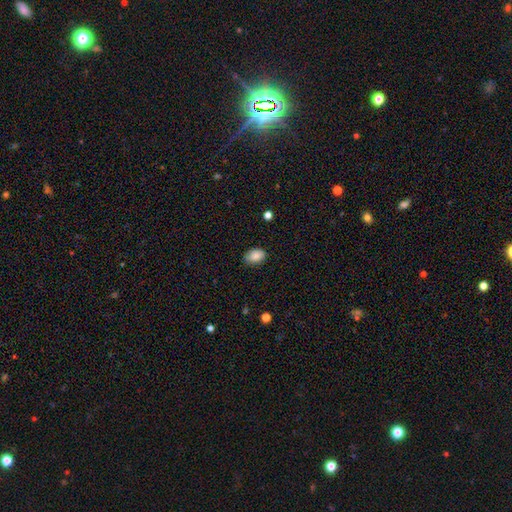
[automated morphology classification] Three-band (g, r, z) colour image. It shows a smooth galaxy with no disk features (87%) that is in between round and cigar-shaped (85%). Merging: none (81%).